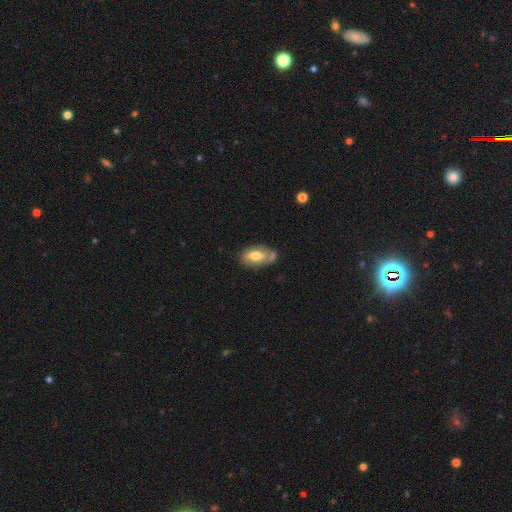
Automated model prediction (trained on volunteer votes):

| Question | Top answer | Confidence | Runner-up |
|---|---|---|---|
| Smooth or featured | smooth | 62% | featured or disk (31%) |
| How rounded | in between | 90% | cigar-shaped (5%) |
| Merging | none | 50% | minor disturbance (25%) |